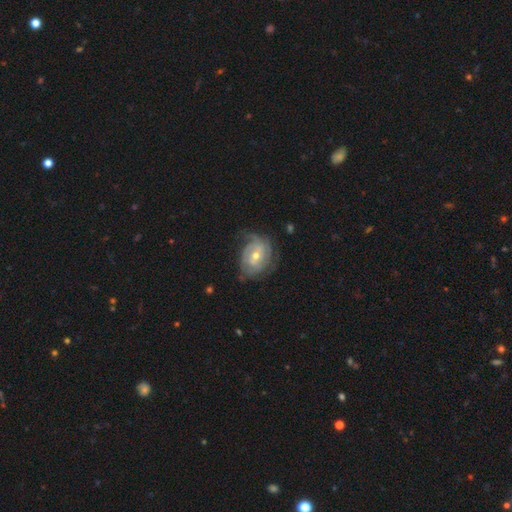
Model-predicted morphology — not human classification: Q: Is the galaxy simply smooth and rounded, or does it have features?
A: featured or disk — 81%.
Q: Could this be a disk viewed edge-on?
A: no — 97%.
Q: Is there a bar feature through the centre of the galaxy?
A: no — 48%.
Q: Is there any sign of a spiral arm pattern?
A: yes — 92%.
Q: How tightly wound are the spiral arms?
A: tight — 63%.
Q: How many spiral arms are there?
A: can't tell — 36%.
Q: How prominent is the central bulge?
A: moderate — 54%.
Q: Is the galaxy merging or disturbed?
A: none — 62%.